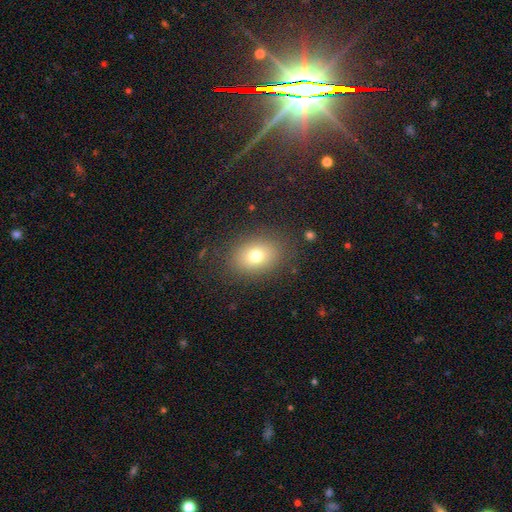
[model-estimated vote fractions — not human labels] Smooth or featured: smooth — 75% (featured or disk — 13%)
How rounded: in between — 62% (round — 37%)
Merging: none — 84% (minor disturbance — 10%)